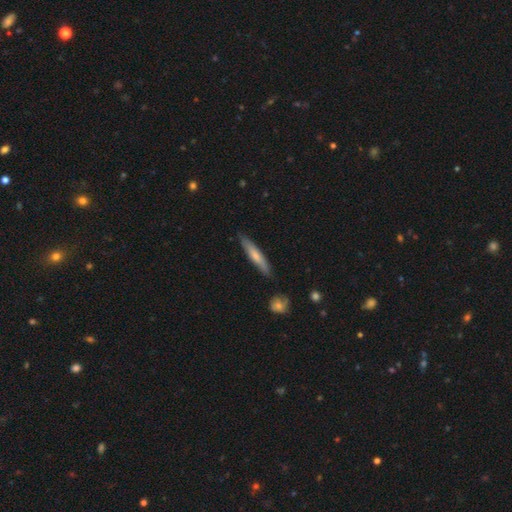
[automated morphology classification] smooth-or-featured: smooth: 63% | featured or disk: 32% | star or artifact: 5%
  how-rounded: cigar-shaped: 90% | in between: 9% | round: 1%
  merging: none: 83% | minor disturbance: 12% | merger: 2% | major disturbance: 2%